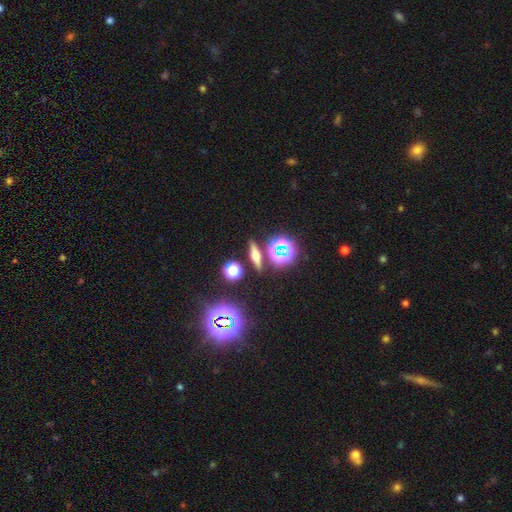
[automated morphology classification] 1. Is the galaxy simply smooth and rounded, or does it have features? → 47% featured or disk, 30% smooth, 23% star or artifact.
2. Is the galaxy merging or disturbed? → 86% none, 7% minor disturbance, 4% merger, 2% major disturbance.